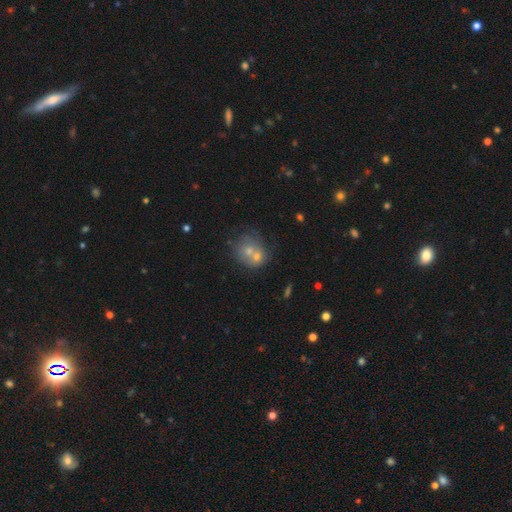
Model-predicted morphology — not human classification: Smooth or featured? Predicted: smooth (p=0.57). How rounded? Predicted: round (p=0.75). Merging? Predicted: merger (p=0.56).